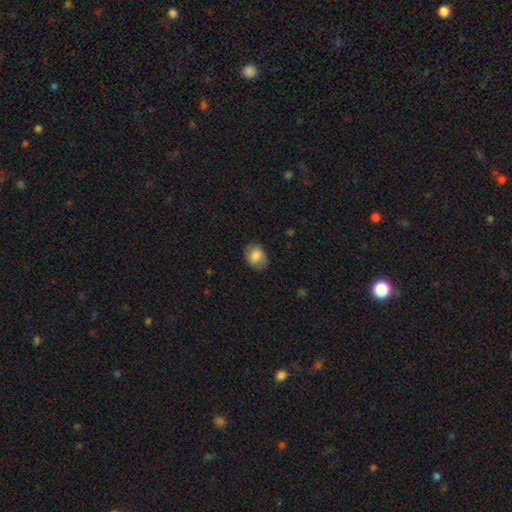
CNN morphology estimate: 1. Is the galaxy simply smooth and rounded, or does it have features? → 78% smooth, 14% featured or disk, 8% star or artifact.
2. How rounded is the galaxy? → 66% in between, 33% round, 1% cigar-shaped.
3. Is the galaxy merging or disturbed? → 75% none, 19% minor disturbance, 5% major disturbance, 1% merger.